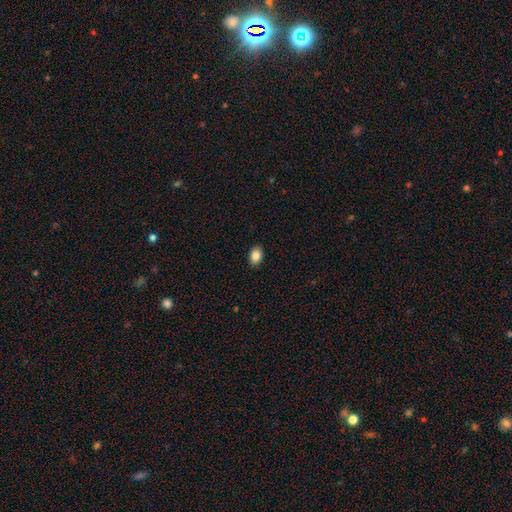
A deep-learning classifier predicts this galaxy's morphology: smooth-or-featured: smooth: 85% | star or artifact: 8% | featured or disk: 6%
  how-rounded: in between: 80% | round: 19% | cigar-shaped: 1%
  merging: none: 90% | minor disturbance: 7% | major disturbance: 2% | merger: 1%